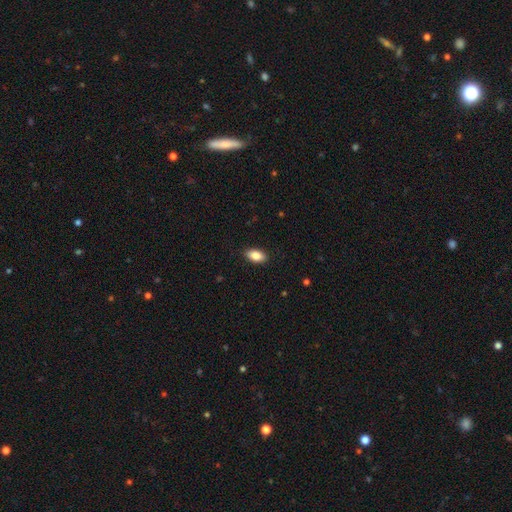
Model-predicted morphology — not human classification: smooth_or_featured: smooth (p=0.85) [alt: featured or disk p=0.07]
how_rounded: in between (p=0.91) [alt: cigar-shaped p=0.05]
merging: none (p=0.89) [alt: minor disturbance p=0.08]